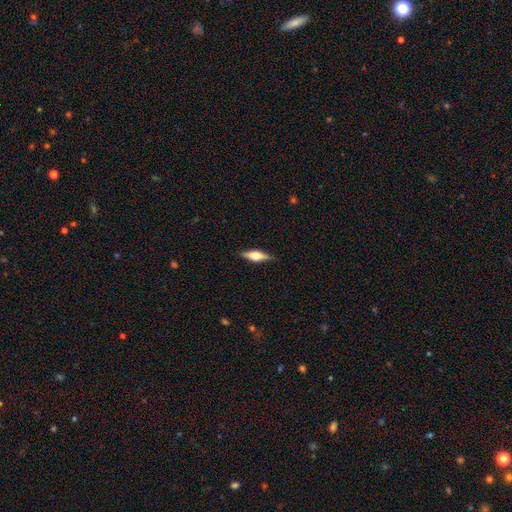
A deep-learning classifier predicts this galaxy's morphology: Smooth or featured: featured or disk — 57% (smooth — 37%)
Edge-on disk: yes — 94% (no — 6%)
Edge-on bulge: rounded — 93% (boxy — 6%)
Merging: none — 86% (minor disturbance — 11%)